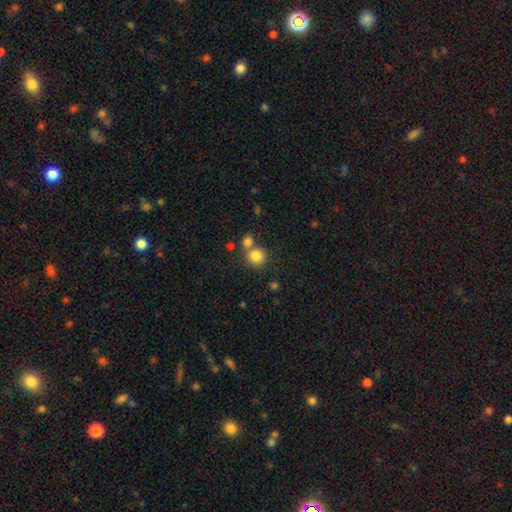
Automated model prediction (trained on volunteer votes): Morphology: type=smooth (83%); roundness=round (89%); merging=none (58%).